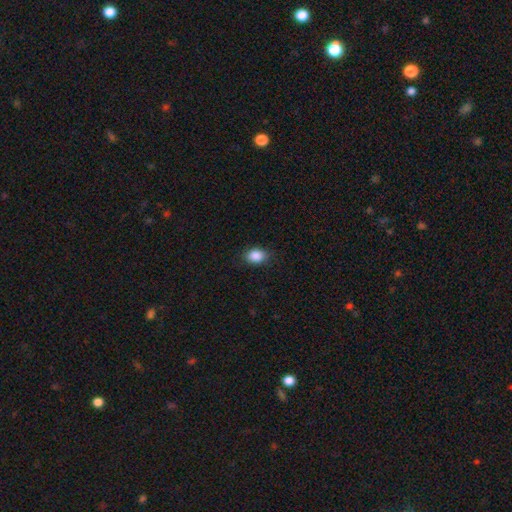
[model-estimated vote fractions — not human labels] Smooth or featured? smooth (88%)
How rounded? in between (70%)
Merging? none (84%)